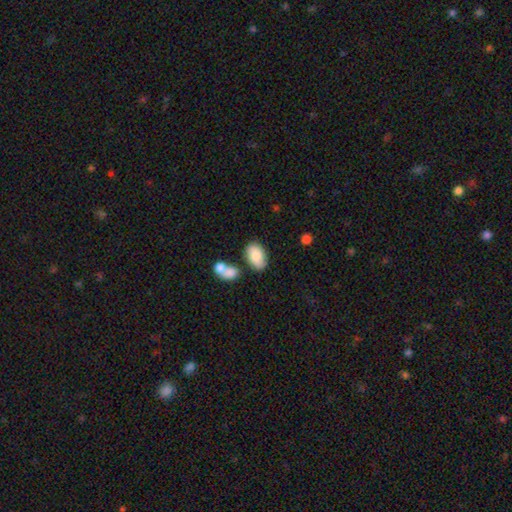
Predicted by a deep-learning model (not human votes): Q: Smooth or featured?
A: smooth (76%); runner-up: featured or disk (17%)
Q: How rounded?
A: in between (91%); runner-up: round (7%)
Q: Merging?
A: none (59%); runner-up: minor disturbance (20%)